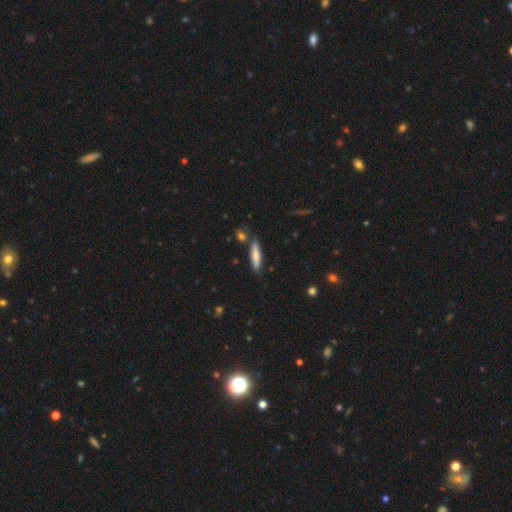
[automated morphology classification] A smooth galaxy with no disk features (76%) that is cigar-shaped (84%). Merging: none (79%).